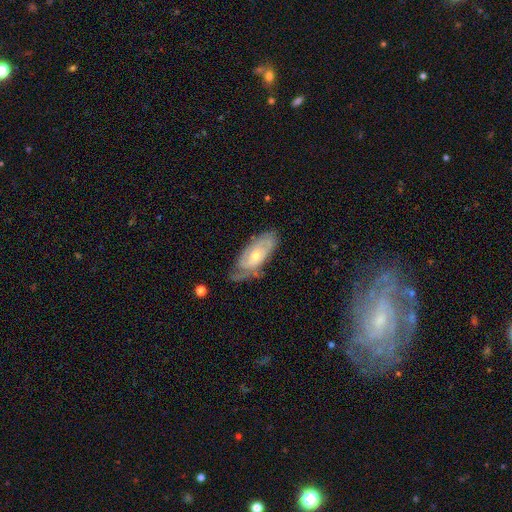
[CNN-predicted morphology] Smooth or featured?
  - featured or disk: 72% *
  - smooth: 22%
  - star or artifact: 6%
Edge-on disk?
  - no: 90% *
  - yes: 10%
Bar?
  - no: 72% *
  - weak: 23%
  - strong: 5%
Spiral arms?
  - yes: 86% *
  - no: 14%
Spiral winding?
  - tight: 61% *
  - medium: 29%
  - loose: 9%
Spiral arm count?
  - can't tell: 40% *
  - 2: 37%
  - 1: 10%
  - 3: 8%
  - 4: 3%
  - more than 4: 2%
Bulge size?
  - small: 55% *
  - moderate: 41%
  - large: 2%
  - none: 1%
  - dominant: 1%
Merging?
  - none: 59% *
  - minor disturbance: 28%
  - major disturbance: 11%
  - merger: 2%